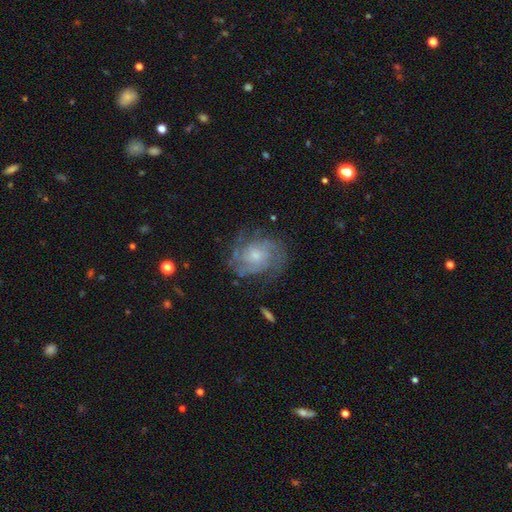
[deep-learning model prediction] Smooth or featured?
  - featured or disk: 80% *
  - smooth: 13%
  - star or artifact: 7%
Edge-on disk?
  - no: 97% *
  - yes: 3%
Bar?
  - no: 70% *
  - weak: 27%
  - strong: 4%
Spiral arms?
  - yes: 92% *
  - no: 8%
Spiral winding?
  - tight: 53% *
  - medium: 37%
  - loose: 11%
Spiral arm count?
  - can't tell: 34% *
  - 2: 27%
  - 3: 19%
  - 4: 9%
  - more than 4: 5%
  - 1: 5%
Bulge size?
  - small: 49% *
  - moderate: 39%
  - none: 6%
  - large: 4%
  - dominant: 1%
Merging?
  - none: 69% *
  - minor disturbance: 19%
  - major disturbance: 11%
  - merger: 1%